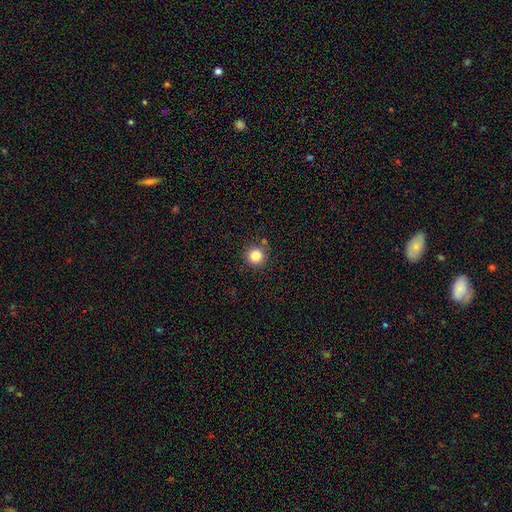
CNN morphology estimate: This appears to be a smooth galaxy with no disk features (84%) that is round (95%). Merging: none (85%).